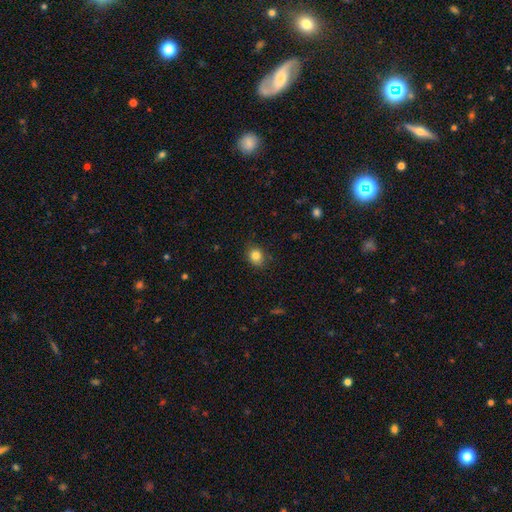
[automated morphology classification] Smooth or featured? smooth (84%)
How rounded? round (58%)
Merging? none (83%)